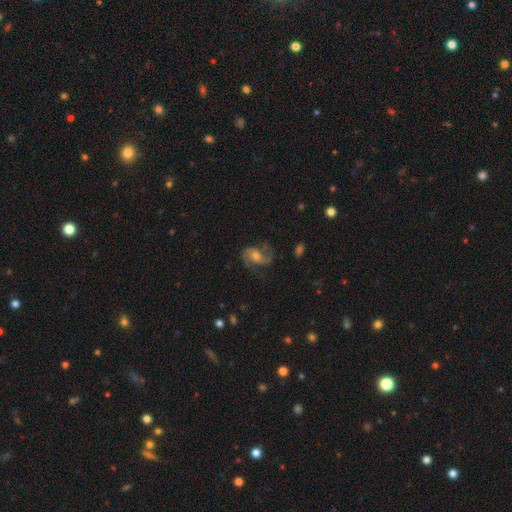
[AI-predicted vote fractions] Morphology: type=featured or disk (78%); edge-on=no (97%); bar=no (47%); spiral arms=yes (95%); winding=medium (50%); arm count=2 (88%); bulge=moderate (54%); merging=none (69%).